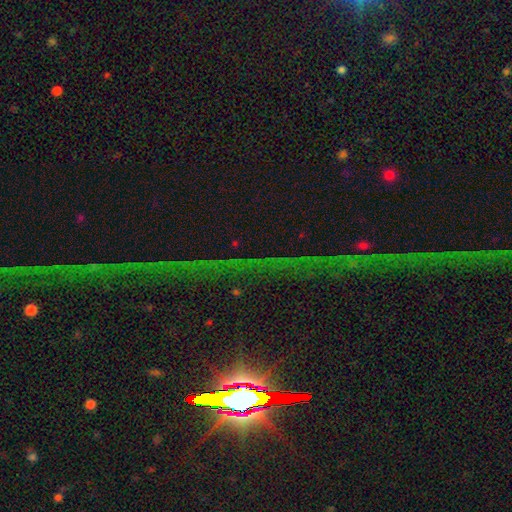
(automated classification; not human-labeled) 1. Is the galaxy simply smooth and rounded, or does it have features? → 76% star or artifact, 13% featured or disk, 12% smooth.